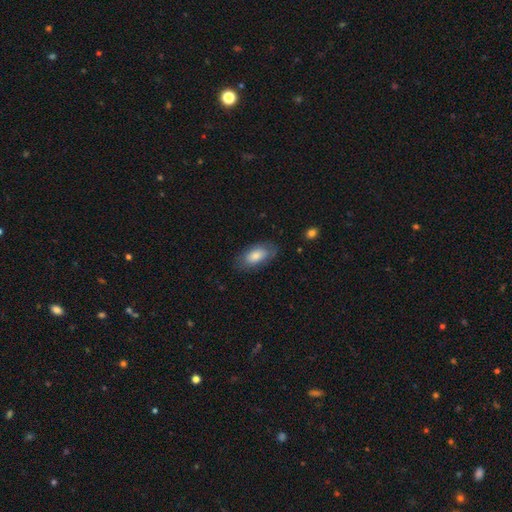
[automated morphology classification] Q: Smooth or featured?
A: smooth (76%); runner-up: featured or disk (18%)
Q: How rounded?
A: in between (92%); runner-up: cigar-shaped (4%)
Q: Merging?
A: none (78%); runner-up: minor disturbance (16%)